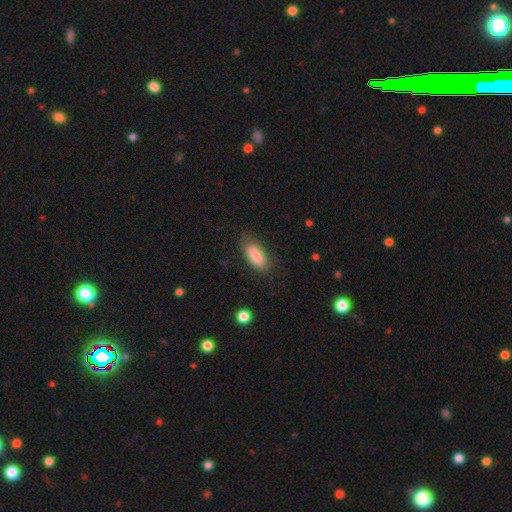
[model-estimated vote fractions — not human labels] Q: Smooth or featured?
A: smooth (87%); runner-up: featured or disk (7%)
Q: How rounded?
A: in between (86%); runner-up: cigar-shaped (12%)
Q: Merging?
A: none (76%); runner-up: minor disturbance (17%)